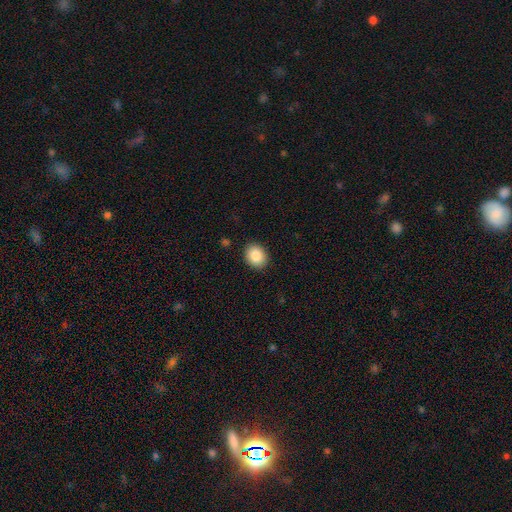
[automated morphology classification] smooth-or-featured: smooth: 86% | star or artifact: 8% | featured or disk: 6%
  how-rounded: round: 52% | in between: 47% | cigar-shaped: 1%
  merging: none: 90% | minor disturbance: 7% | major disturbance: 2% | merger: 1%